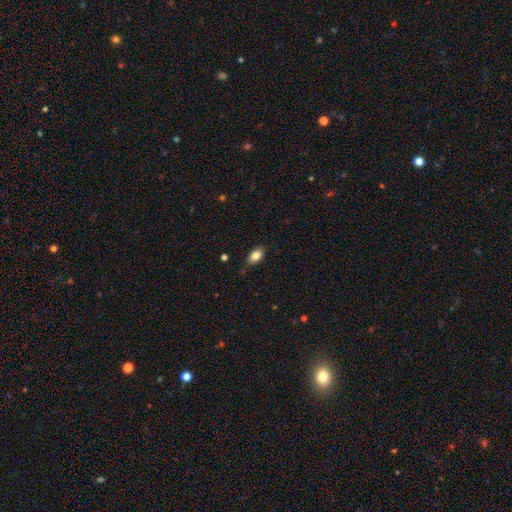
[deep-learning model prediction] This is clearly a smooth galaxy (83%). How rounded: clearly in between (90%). Merging: clearly none (83%).